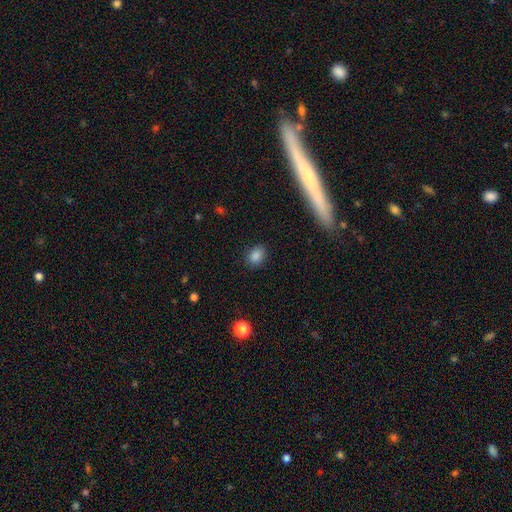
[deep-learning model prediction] smooth-or-featured: smooth: 84% | star or artifact: 11% | featured or disk: 4%
  how-rounded: in between: 63% | round: 35% | cigar-shaped: 2%
  merging: none: 85% | minor disturbance: 10% | major disturbance: 3% | merger: 1%